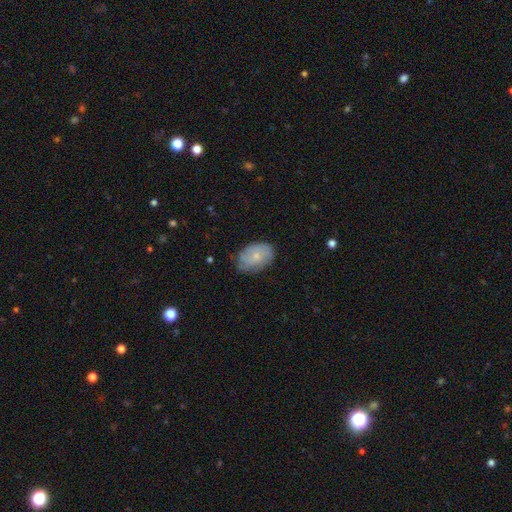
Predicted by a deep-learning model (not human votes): A smooth galaxy with no disk features (63%) that is in between round and cigar-shaped (87%).

Vote fractions:
- Smooth or featured? smooth: 63% / featured or disk: 30% / star or artifact: 7%
- How rounded? in between: 87% / round: 12% / cigar-shaped: 1%
- Merging? none: 66% / minor disturbance: 27% / major disturbance: 6% / merger: 1%